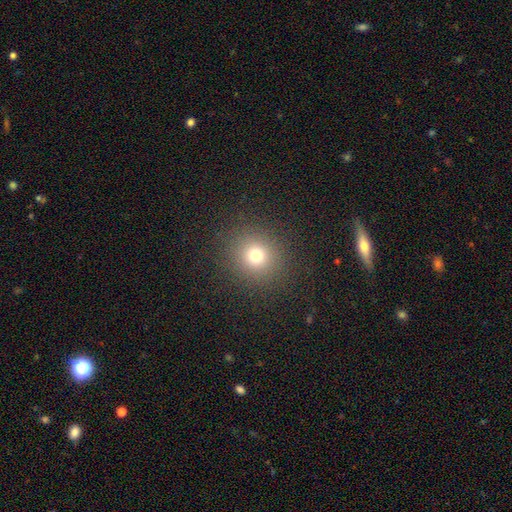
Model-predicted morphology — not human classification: This is likely a smooth galaxy (73%). How rounded: clearly round (89%). Merging: clearly none (89%).